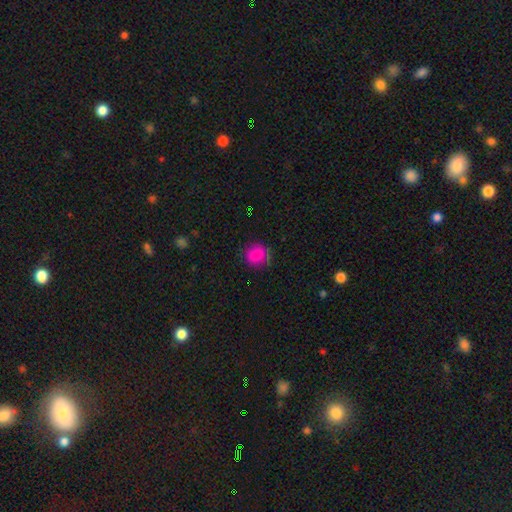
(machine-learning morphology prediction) Smooth or featured? smooth (83%)
How rounded? round (86%)
Merging? none (77%)